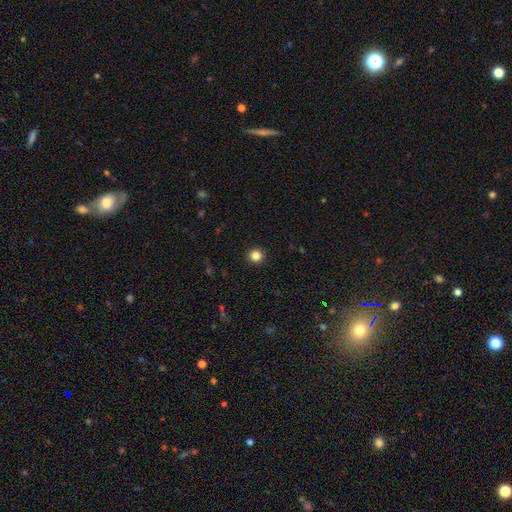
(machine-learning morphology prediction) Q: Smooth or featured?
A: smooth (84%); runner-up: star or artifact (12%)
Q: How rounded?
A: round (94%); runner-up: in between (5%)
Q: Merging?
A: none (93%); runner-up: minor disturbance (4%)